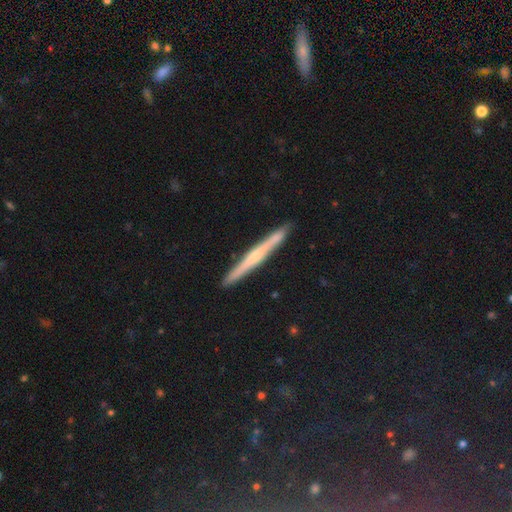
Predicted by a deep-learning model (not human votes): Overall: featured or disk (62%; smooth 31%). Edge-on disk: yes (97%). Edge-on bulge: none (50%; rounded 38%). Merging: none (91%).